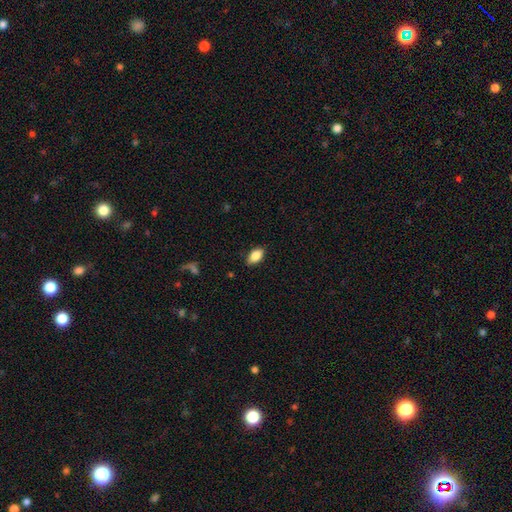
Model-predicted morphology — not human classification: A smooth galaxy with no disk features (84%) that is in between round and cigar-shaped (90%). Merging: none (85%).